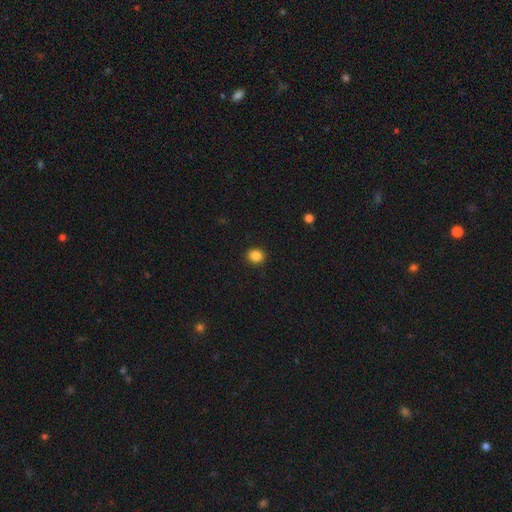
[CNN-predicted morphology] Overall: smooth (86%). How rounded: round (74%). Merging: none (91%).